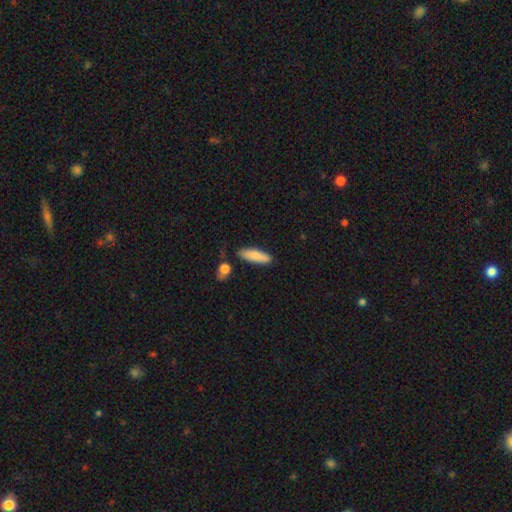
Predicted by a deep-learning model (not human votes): Smooth or featured?
  - smooth: 84% *
  - featured or disk: 11%
  - star or artifact: 6%
How rounded?
  - cigar-shaped: 55% *
  - in between: 43%
  - round: 2%
Merging?
  - none: 78% *
  - minor disturbance: 14%
  - merger: 5%
  - major disturbance: 3%